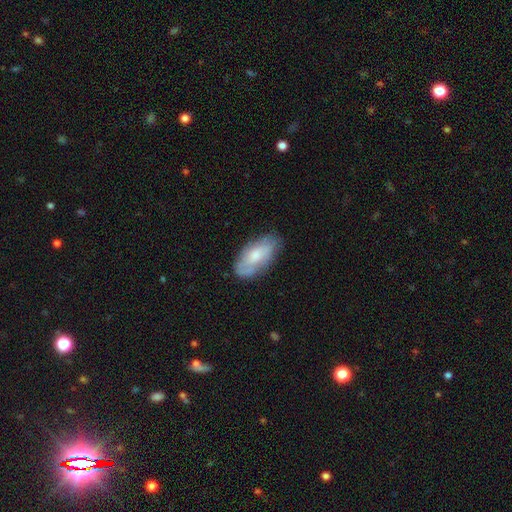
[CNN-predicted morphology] A smooth galaxy with no disk features (57%) that is in between round and cigar-shaped (90%).

Vote fractions:
- Smooth or featured? smooth: 57% / featured or disk: 37% / star or artifact: 6%
- How rounded? in between: 90% / cigar-shaped: 7% / round: 3%
- Merging? none: 70% / minor disturbance: 23% / major disturbance: 6% / merger: 2%